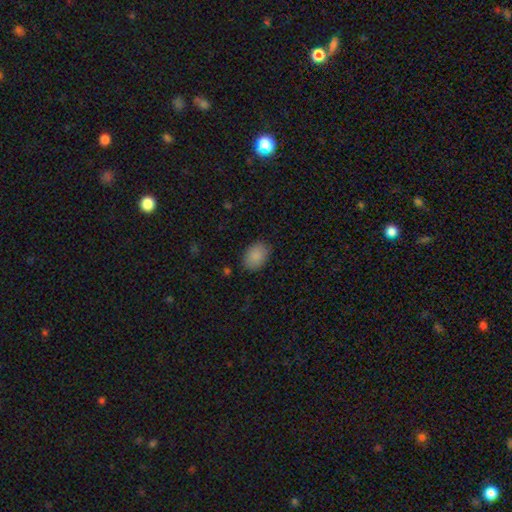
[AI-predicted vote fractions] A smooth galaxy with no disk features (88%) that is in between round and cigar-shaped (79%).

Vote fractions:
- Smooth or featured? smooth: 88% / star or artifact: 7% / featured or disk: 5%
- How rounded? in between: 79% / round: 20% / cigar-shaped: 1%
- Merging? none: 87% / minor disturbance: 10% / major disturbance: 2% / merger: 1%